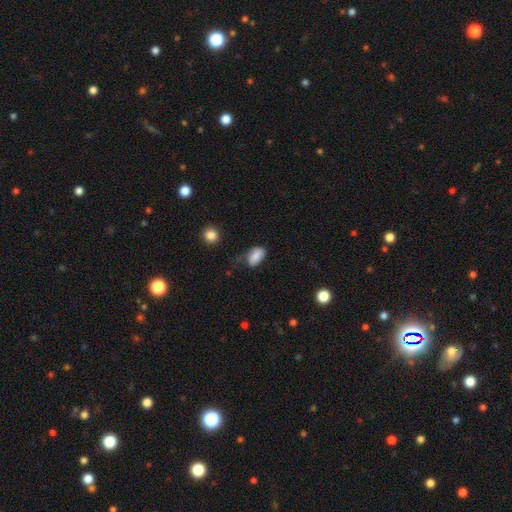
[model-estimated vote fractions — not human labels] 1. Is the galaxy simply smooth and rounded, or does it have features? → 83% smooth, 9% featured or disk, 8% star or artifact.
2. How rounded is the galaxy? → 92% in between, 6% round, 2% cigar-shaped.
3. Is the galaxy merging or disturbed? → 53% none, 31% minor disturbance, 13% major disturbance, 3% merger.